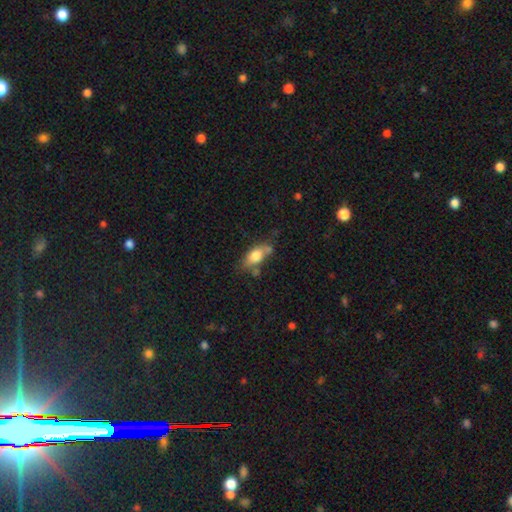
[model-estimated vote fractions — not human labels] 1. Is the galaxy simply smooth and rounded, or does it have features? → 74% smooth, 18% featured or disk, 8% star or artifact.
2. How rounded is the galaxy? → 84% in between, 10% cigar-shaped, 6% round.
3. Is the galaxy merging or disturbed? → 54% none, 23% minor disturbance, 16% merger, 7% major disturbance.